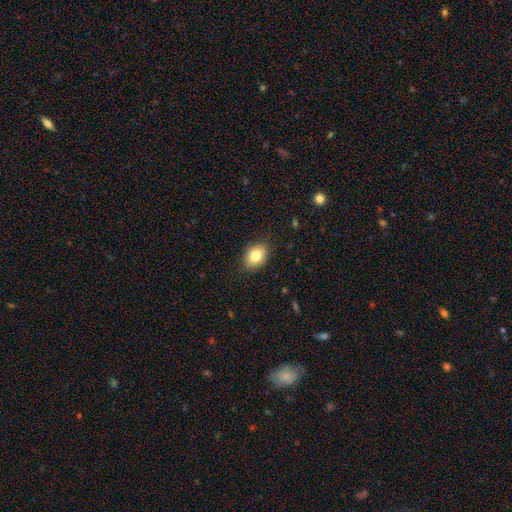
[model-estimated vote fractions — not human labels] Smooth or featured?
  - smooth: 83% *
  - featured or disk: 8%
  - star or artifact: 8%
How rounded?
  - in between: 73% *
  - round: 26%
  - cigar-shaped: 1%
Merging?
  - none: 87% *
  - minor disturbance: 9%
  - major disturbance: 2%
  - merger: 1%